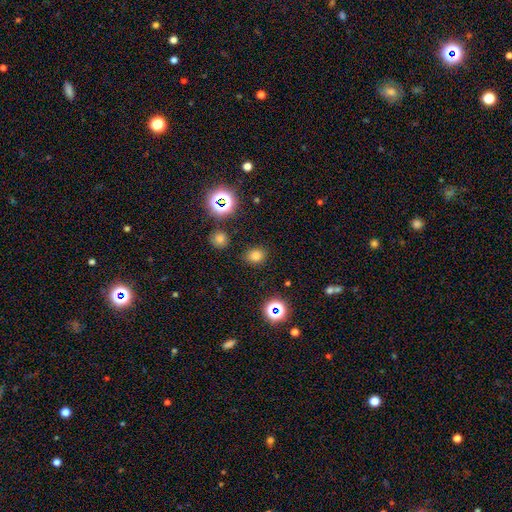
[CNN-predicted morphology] Smooth or featured? smooth (74%)
How rounded? round (57%)
Merging? none (84%)